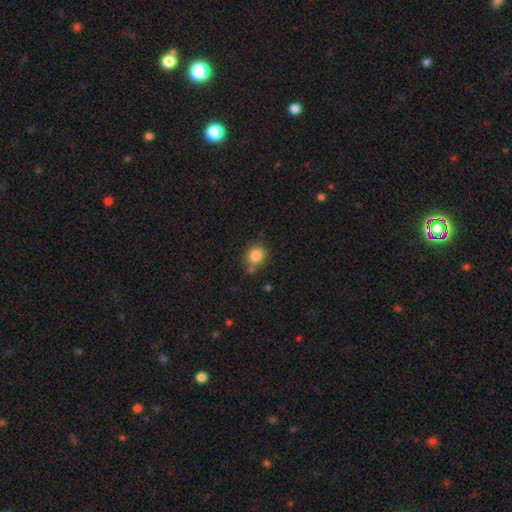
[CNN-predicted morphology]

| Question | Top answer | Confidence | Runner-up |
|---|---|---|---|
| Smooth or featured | smooth | 85% | star or artifact (10%) |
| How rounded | round | 79% | in between (20%) |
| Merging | none | 69% | minor disturbance (16%) |